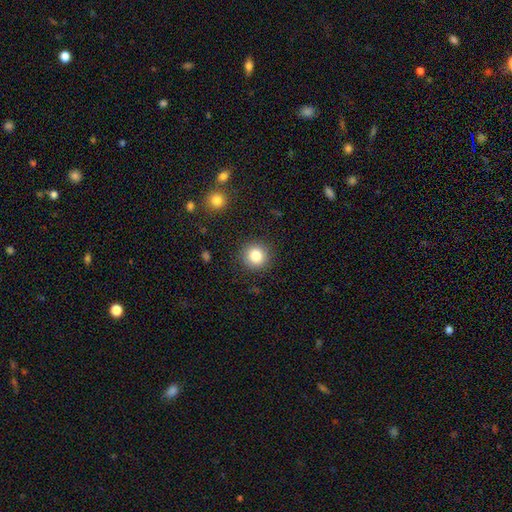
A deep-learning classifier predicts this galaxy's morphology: smooth 82%, star or artifact 11%, featured or disk 7%. Down the decision tree: how rounded — round (93%); merging — none (89%).